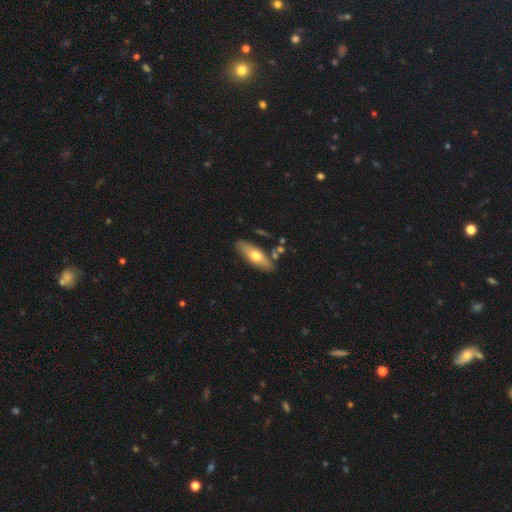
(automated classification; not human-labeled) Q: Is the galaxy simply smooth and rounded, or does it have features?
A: smooth — 60%.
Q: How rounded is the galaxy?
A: in between — 65%.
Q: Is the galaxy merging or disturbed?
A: none — 78%.